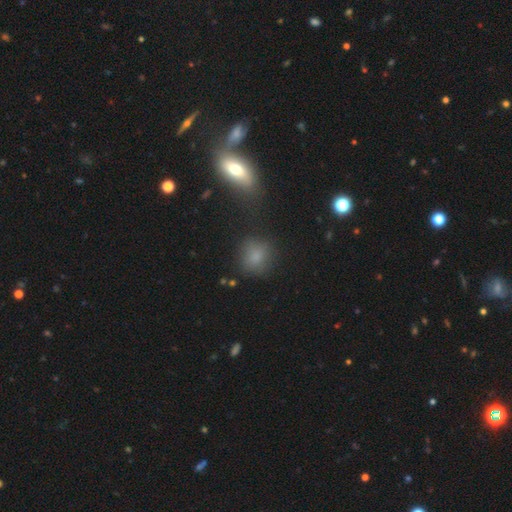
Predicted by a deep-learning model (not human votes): This is likely a smooth galaxy (79%). How rounded: likely round (78%). Merging: likely none (74%).